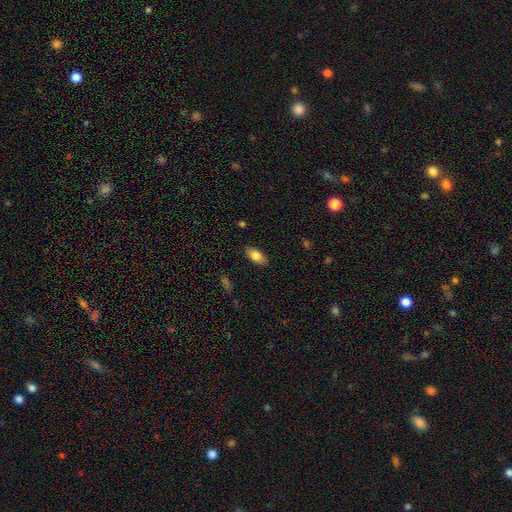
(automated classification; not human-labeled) This appears to be a smooth galaxy with no disk features (81%) that is in between round and cigar-shaped (90%). Merging: none (87%).